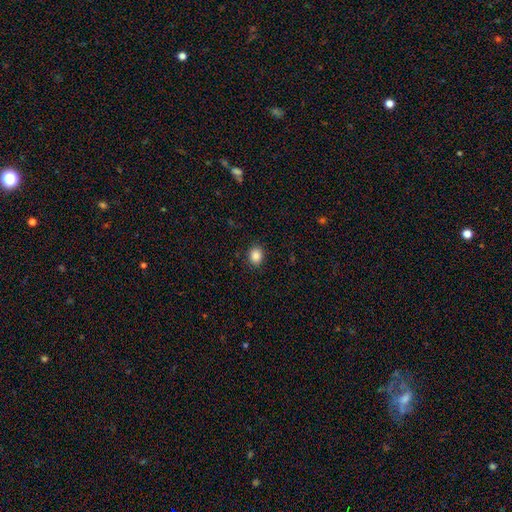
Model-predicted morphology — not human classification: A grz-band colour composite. It shows a smooth galaxy with no disk features (87%) that is round (52%). Merging: none (88%).